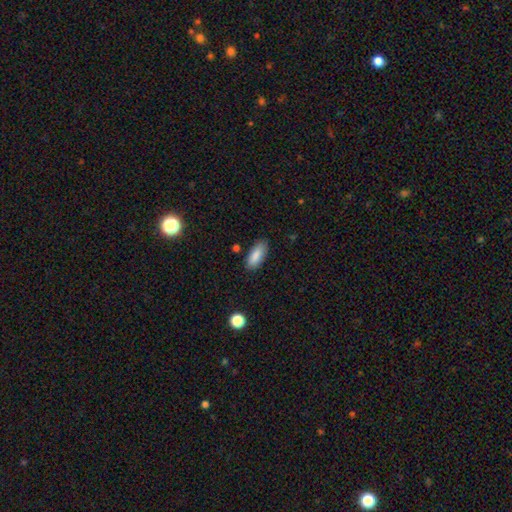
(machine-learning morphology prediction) smooth 87%, star or artifact 7%, featured or disk 6%. Down the decision tree: how rounded — in between (82%); merging — none (84%).